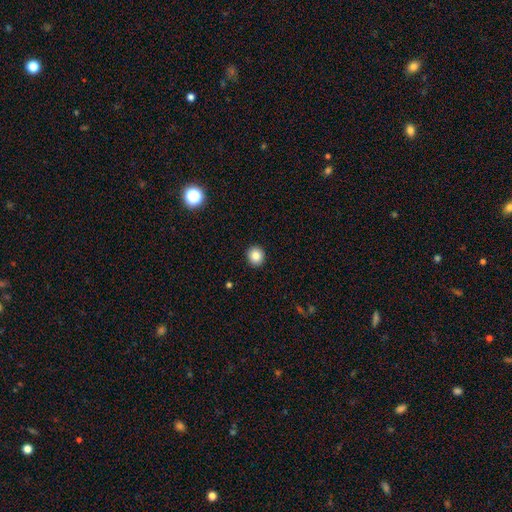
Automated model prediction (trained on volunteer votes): smooth_or_featured: smooth (p=0.86) [alt: star or artifact p=0.09]
how_rounded: round (p=0.82) [alt: in between p=0.17]
merging: none (p=0.92) [alt: minor disturbance p=0.05]